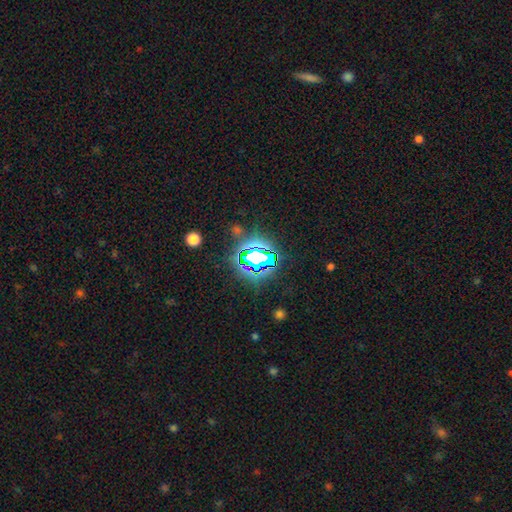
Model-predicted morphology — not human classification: type=star or artifact (75%).